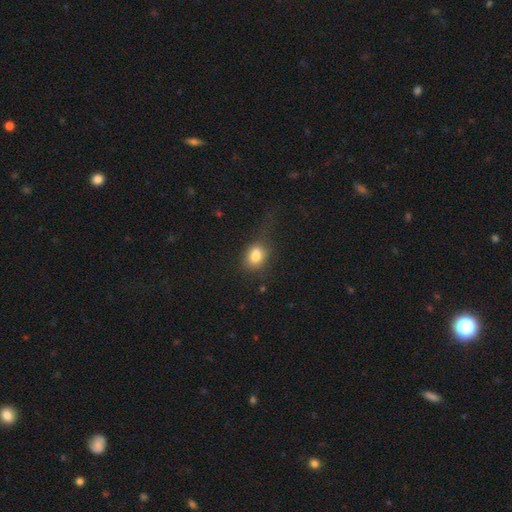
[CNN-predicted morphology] This appears to be a smooth galaxy with no disk features (80%) that is in between round and cigar-shaped (64%). Merging: none (53%).